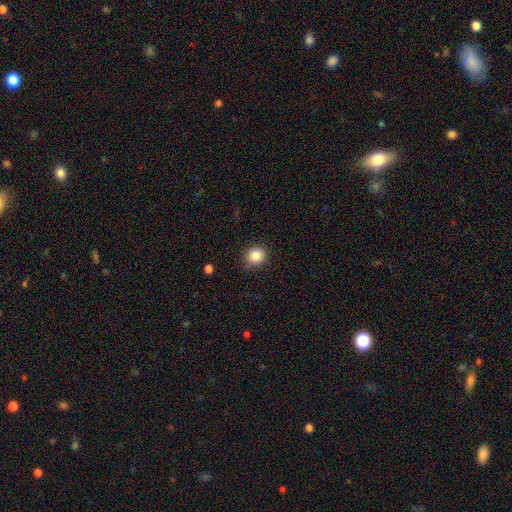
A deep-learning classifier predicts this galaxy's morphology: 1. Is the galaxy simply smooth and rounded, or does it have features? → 85% smooth, 10% star or artifact, 5% featured or disk.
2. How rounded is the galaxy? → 89% round, 10% in between, 1% cigar-shaped.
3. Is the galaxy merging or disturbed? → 85% none, 11% minor disturbance, 3% major disturbance, 1% merger.